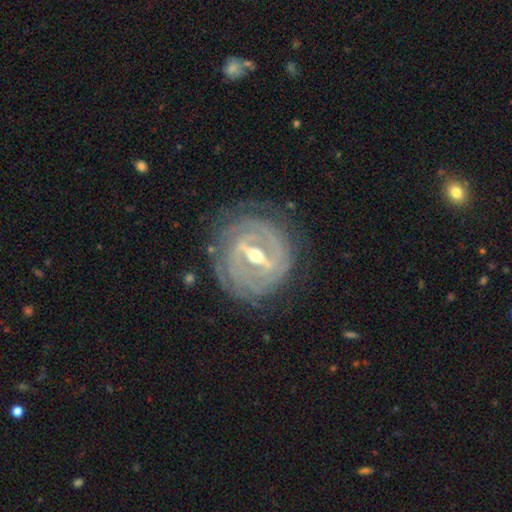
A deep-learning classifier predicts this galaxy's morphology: type=featured or disk (91%); edge-on=no (88%); bar=strong (75%); spiral arms=yes (88%); winding=tight (82%); arm count=can't tell (42%); bulge=moderate (70%); merging=none (78%).